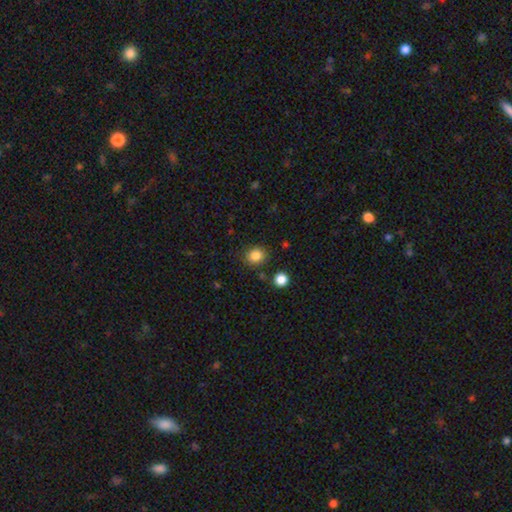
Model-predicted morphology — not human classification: smooth 85%, star or artifact 10%, featured or disk 4%. Down the decision tree: how rounded — round (76%); merging — none (85%).